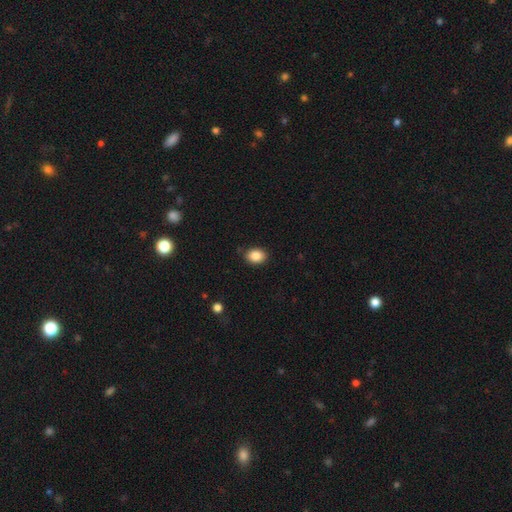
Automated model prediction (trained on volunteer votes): A smooth galaxy with no disk features (87%) that is in between round and cigar-shaped (71%). Merging: none (86%).